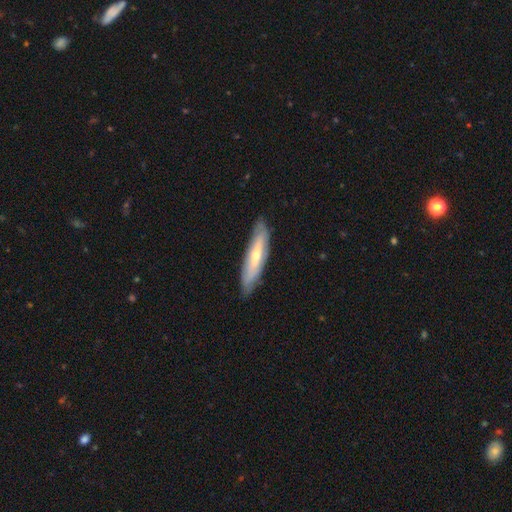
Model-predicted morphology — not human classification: A featured or disk galaxy (51%) viewed edge-on (62%).

Vote fractions:
- Smooth or featured? featured or disk: 51% / smooth: 43% / star or artifact: 6%
- Edge-on disk? yes: 62% / no: 38%
- Merging? none: 82% / minor disturbance: 14% / major disturbance: 3% / merger: 1%